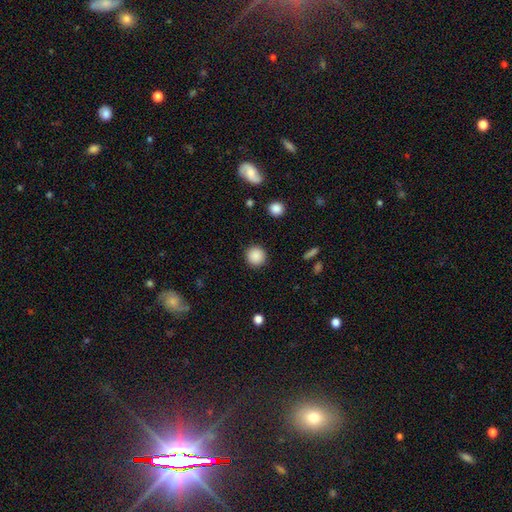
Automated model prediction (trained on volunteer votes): Smooth or featured?
  - smooth: 88% *
  - star or artifact: 9%
  - featured or disk: 3%
How rounded?
  - round: 94% *
  - in between: 5%
  - cigar-shaped: 1%
Merging?
  - none: 92% *
  - minor disturbance: 5%
  - major disturbance: 2%
  - merger: 1%